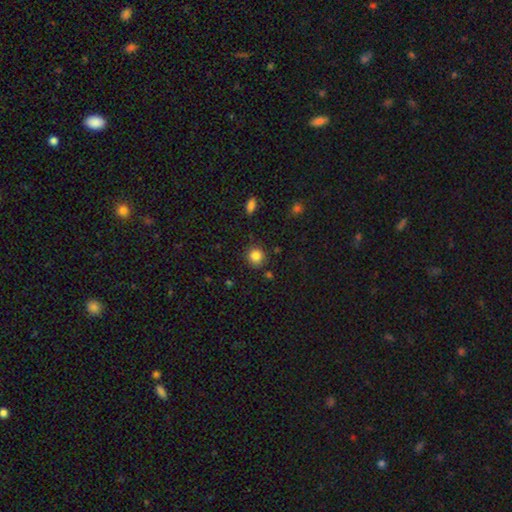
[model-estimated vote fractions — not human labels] This is clearly a smooth galaxy (84%). How rounded: clearly round (89%). Merging: clearly none (84%).